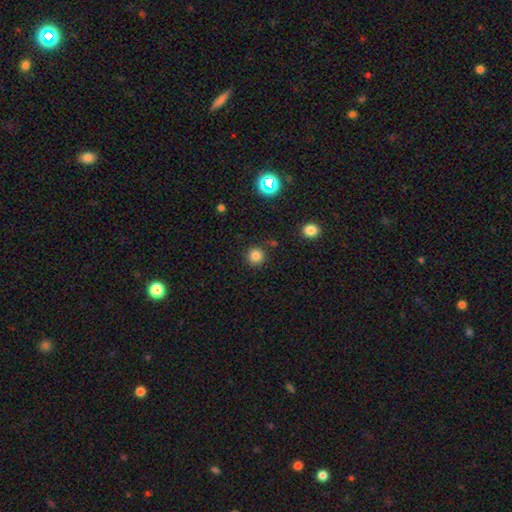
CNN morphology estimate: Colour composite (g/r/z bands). It shows a smooth galaxy with no disk features (81%) that is round (94%). Merging: none (88%).